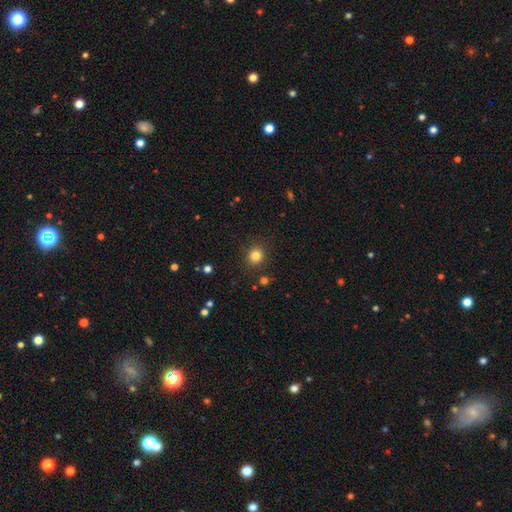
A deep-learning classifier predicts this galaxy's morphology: smooth_or_featured: smooth (p=0.82) [alt: star or artifact p=0.13]
how_rounded: round (p=0.83) [alt: in between p=0.16]
merging: none (p=0.88) [alt: minor disturbance p=0.07]